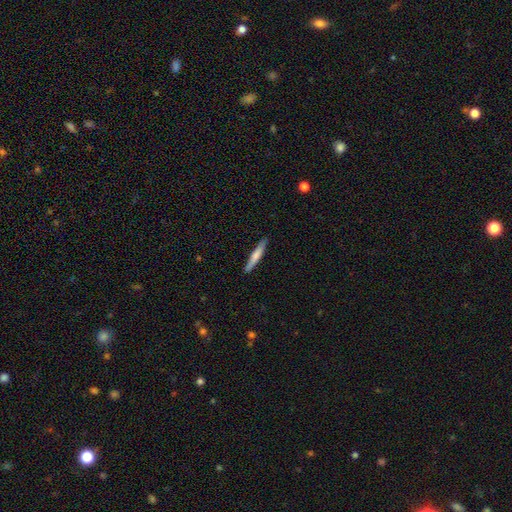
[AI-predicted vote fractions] Q: Smooth or featured?
A: smooth (63%); runner-up: featured or disk (31%)
Q: How rounded?
A: cigar-shaped (94%); runner-up: in between (5%)
Q: Merging?
A: none (87%); runner-up: minor disturbance (10%)